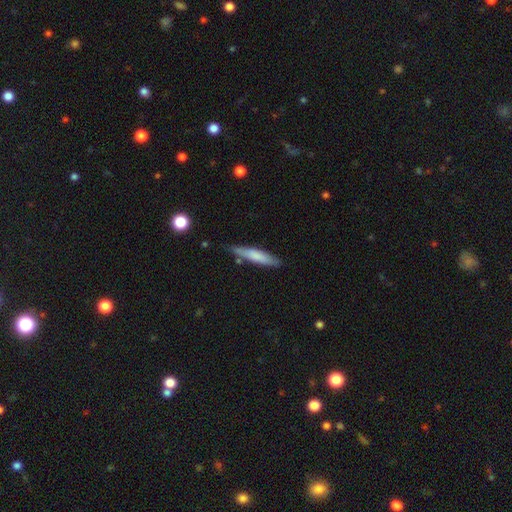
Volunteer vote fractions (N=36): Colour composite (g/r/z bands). It shows a smooth galaxy with no disk features (75%) that is cigar-shaped (81%). Merging: none (66%).